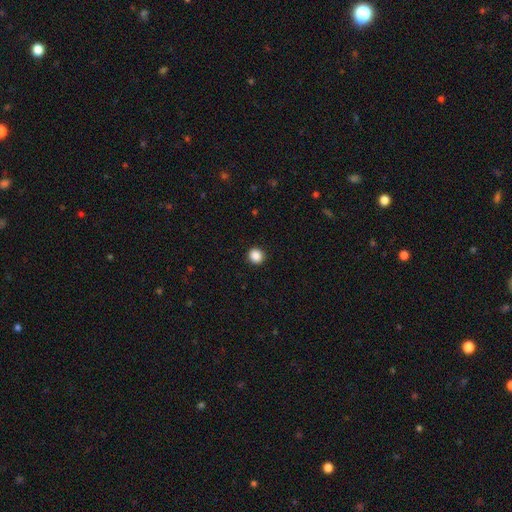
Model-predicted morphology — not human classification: type=smooth (88%); roundness=round (88%); merging=none (92%).